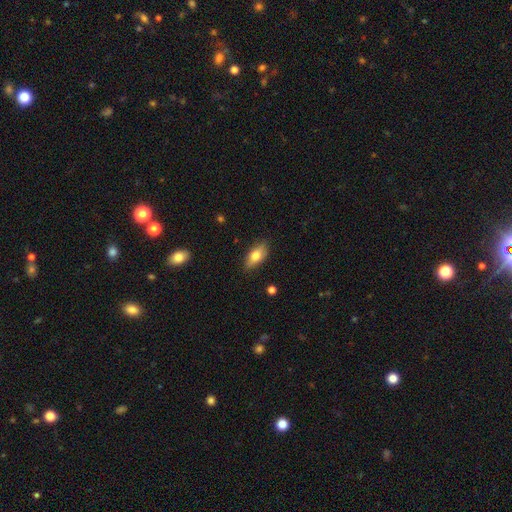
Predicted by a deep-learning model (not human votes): This appears to be a smooth galaxy with no disk features (73%) that is in between round and cigar-shaped (84%). Merging: none (84%).